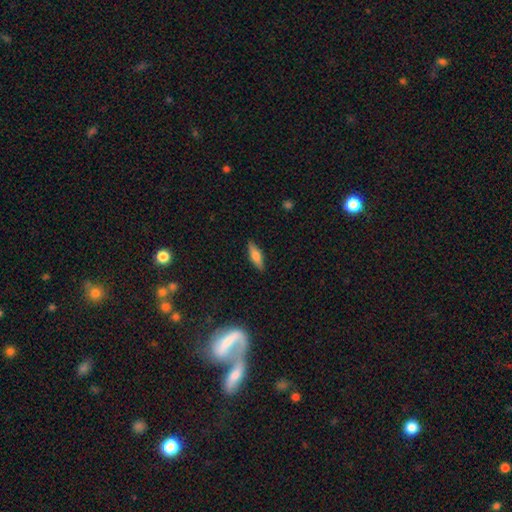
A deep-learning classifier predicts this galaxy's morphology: smooth 64%, featured or disk 29%, star or artifact 7%. Down the decision tree: how rounded — cigar-shaped (56%); merging — none (88%).